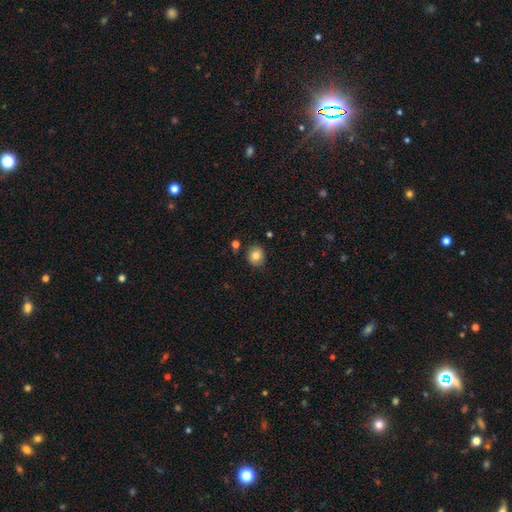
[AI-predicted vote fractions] A smooth galaxy with no disk features (80%) that is round (77%).

Vote fractions:
- Smooth or featured? smooth: 80% / featured or disk: 10% / star or artifact: 10%
- How rounded? round: 77% / in between: 22% / cigar-shaped: 1%
- Merging? none: 84% / minor disturbance: 10% / merger: 3% / major disturbance: 2%